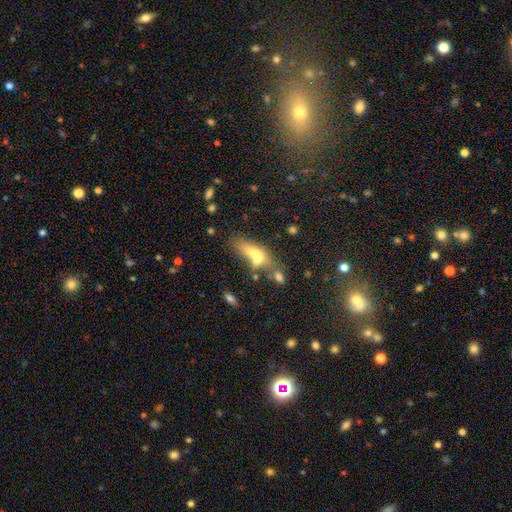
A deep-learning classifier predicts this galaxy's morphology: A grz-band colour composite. It shows a smooth galaxy with no disk features (58%) that is in between round and cigar-shaped (65%). Merging: merger (56%).